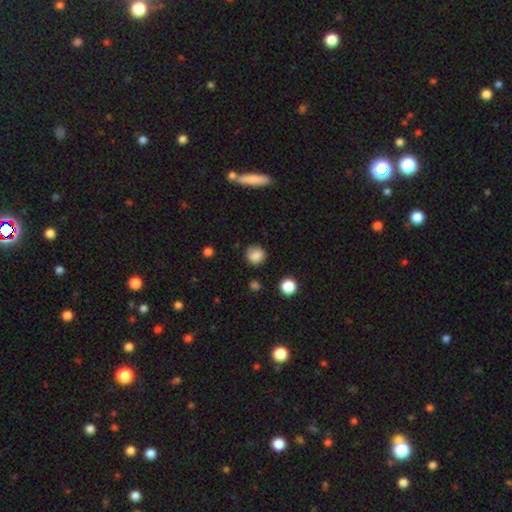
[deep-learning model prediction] A smooth galaxy with no disk features (83%) that is round (84%). Merging: none (79%).